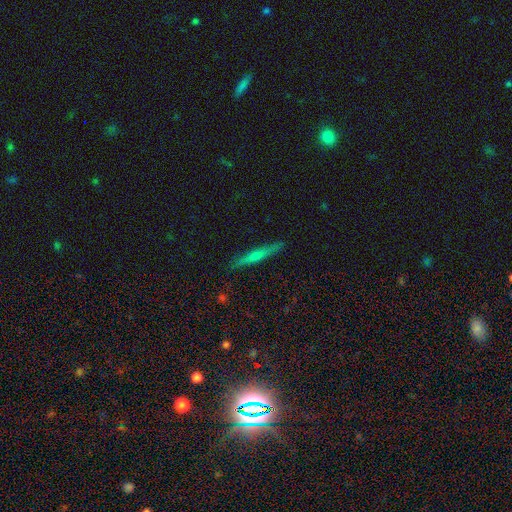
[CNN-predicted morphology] Smooth or featured?
  - featured or disk: 53% *
  - smooth: 39%
  - star or artifact: 8%
Edge-on disk?
  - yes: 96% *
  - no: 4%
Edge-on bulge?
  - rounded: 56% *
  - none: 36%
  - boxy: 8%
Merging?
  - none: 90% *
  - minor disturbance: 8%
  - major disturbance: 2%
  - merger: 1%